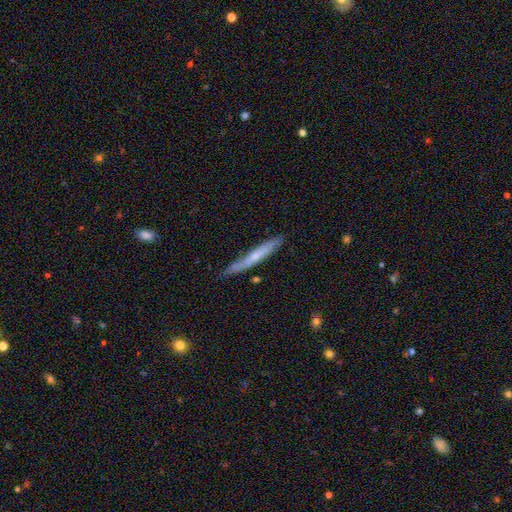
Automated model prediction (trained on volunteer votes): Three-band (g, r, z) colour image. It shows a smooth galaxy with no disk features (50%). Merging: none (77%).